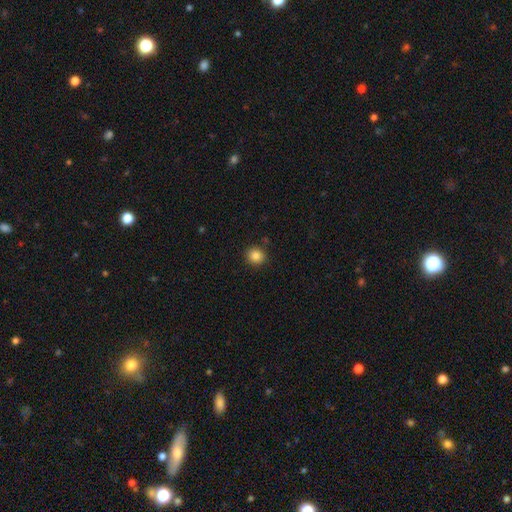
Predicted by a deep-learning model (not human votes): smooth 85%, star or artifact 11%, featured or disk 4%. Down the decision tree: how rounded — round (89%); merging — none (89%).